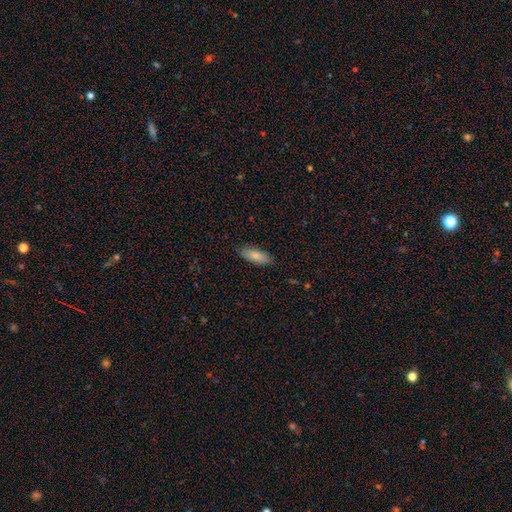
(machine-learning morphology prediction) This is clearly a smooth galaxy (83%). How rounded: likely in between (80%). Merging: clearly none (87%).